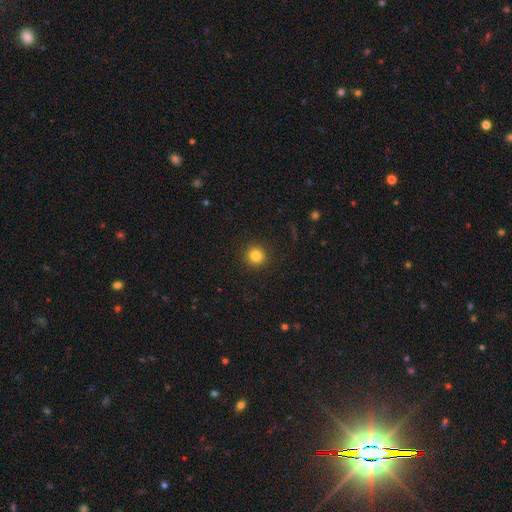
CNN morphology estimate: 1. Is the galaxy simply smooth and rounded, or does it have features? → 83% smooth, 12% star or artifact, 5% featured or disk.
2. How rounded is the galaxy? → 94% round, 5% in between, 1% cigar-shaped.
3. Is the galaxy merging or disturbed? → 92% none, 5% minor disturbance, 2% major disturbance, 1% merger.